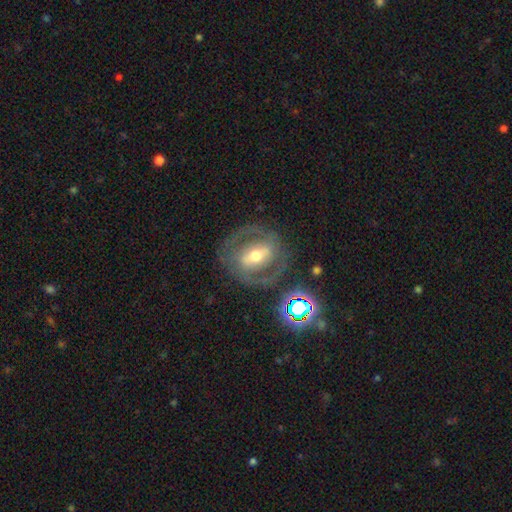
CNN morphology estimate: smooth_or_featured: featured or disk (p=0.74) [alt: smooth p=0.18]
disk_edge_on: no (p=0.94) [alt: yes p=0.06]
bar: strong (p=0.54) [alt: weak p=0.29]
has_spiral_arms: yes (p=0.65) [alt: no p=0.35]
bulge_size: moderate (p=0.68) [alt: small p=0.21]
merging: none (p=0.75) [alt: minor disturbance p=0.13]